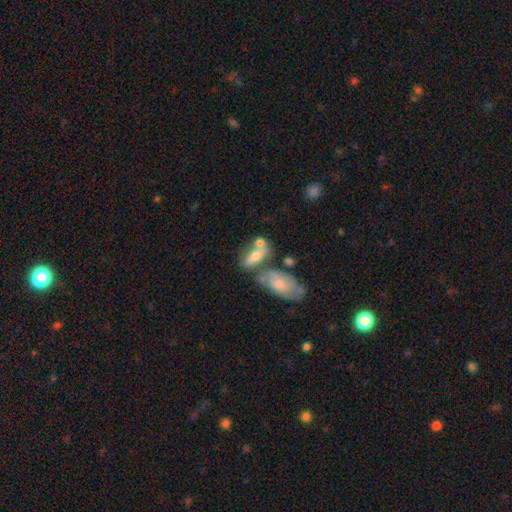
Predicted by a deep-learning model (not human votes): Morphology: type=smooth (60%); roundness=in between (75%); merging=none (39%).